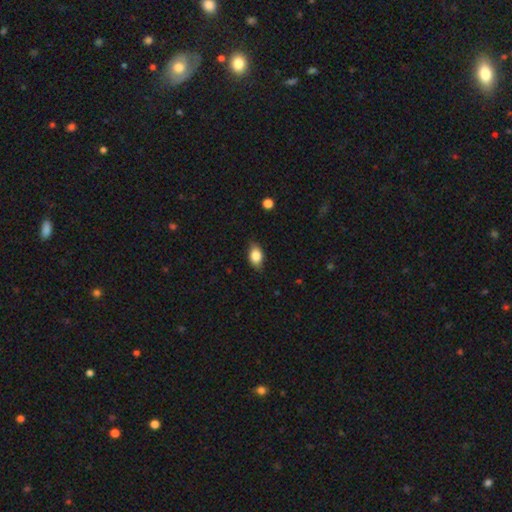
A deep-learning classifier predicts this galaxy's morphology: Smooth or featured?
  - smooth: 81% *
  - featured or disk: 12%
  - star or artifact: 8%
How rounded?
  - in between: 84% *
  - round: 14%
  - cigar-shaped: 3%
Merging?
  - none: 79% *
  - minor disturbance: 17%
  - major disturbance: 3%
  - merger: 1%